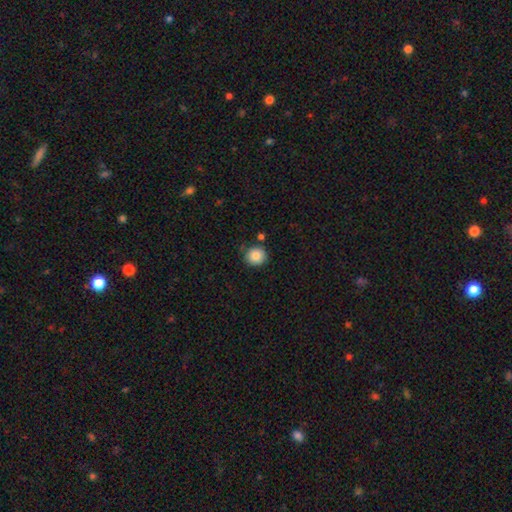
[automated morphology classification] Overall: smooth (86%). How rounded: round (90%). Merging: none (81%).